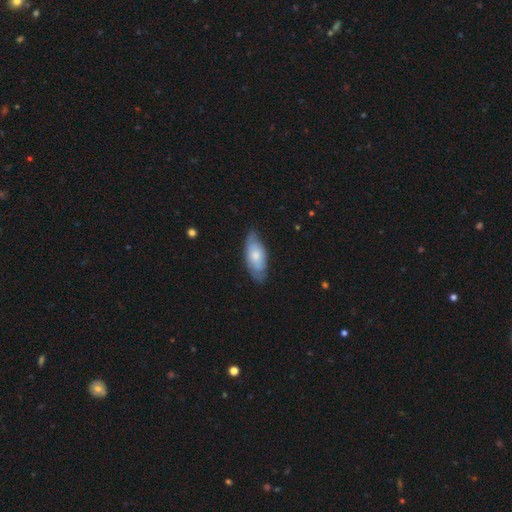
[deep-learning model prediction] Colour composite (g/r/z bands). It shows a smooth galaxy with no disk features (58%) that is in between round and cigar-shaped (85%). Merging: none (69%).